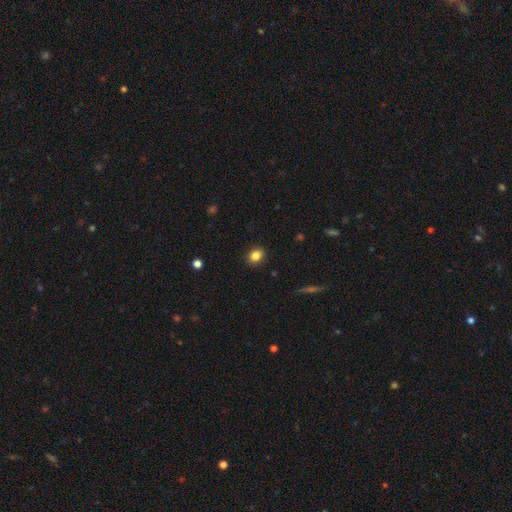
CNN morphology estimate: Smooth or featured: smooth — 84% (star or artifact — 10%)
How rounded: round — 52% (in between — 47%)
Merging: none — 90% (minor disturbance — 7%)